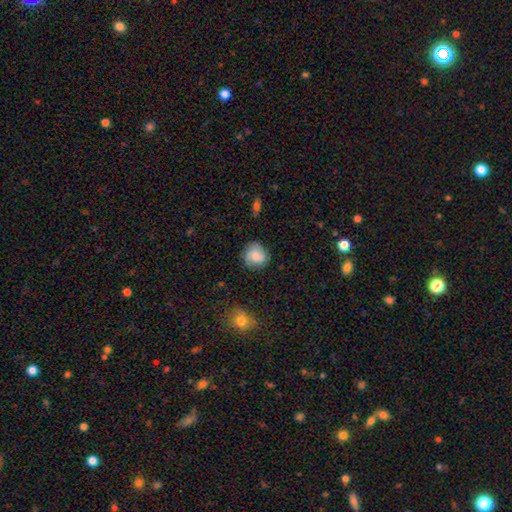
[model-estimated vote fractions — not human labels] This is likely a smooth galaxy (74%). How rounded: clearly round (82%). Merging: likely none (75%).